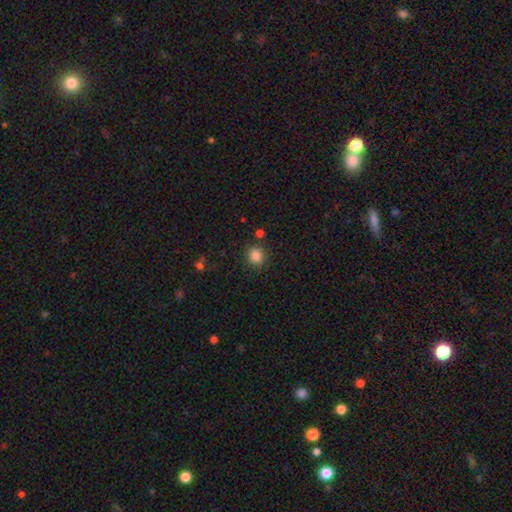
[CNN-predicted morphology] Smooth or featured? smooth (85%)
How rounded? round (88%)
Merging? none (86%)